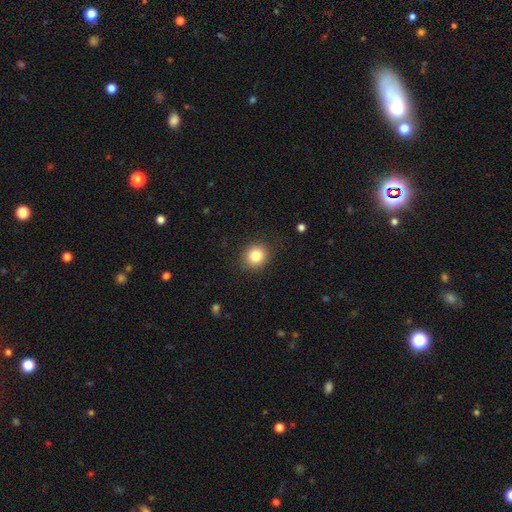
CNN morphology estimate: Smooth or featured?
  - smooth: 83% *
  - star or artifact: 10%
  - featured or disk: 7%
How rounded?
  - round: 82% *
  - in between: 18%
  - cigar-shaped: 1%
Merging?
  - none: 88% *
  - minor disturbance: 8%
  - major disturbance: 3%
  - merger: 1%